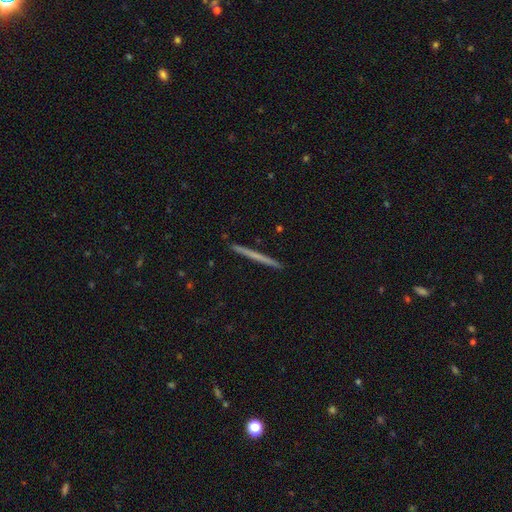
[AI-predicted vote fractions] smooth_or_featured: smooth (p=0.48) [alt: featured or disk p=0.46]
merging: none (p=0.93) [alt: minor disturbance p=0.05]